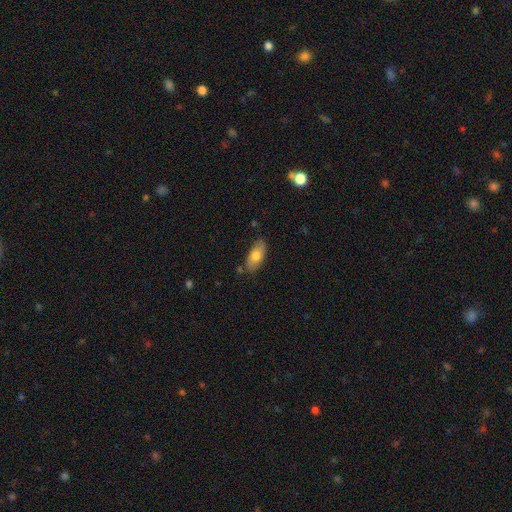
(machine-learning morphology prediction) smooth-or-featured: smooth: 72% | featured or disk: 21% | star or artifact: 7%
  how-rounded: in between: 88% | cigar-shaped: 10% | round: 3%
  merging: none: 77% | minor disturbance: 17% | major disturbance: 3% | merger: 3%